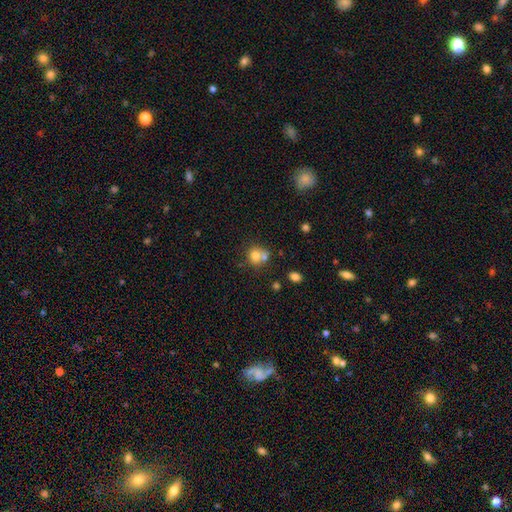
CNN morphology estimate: This appears to be a smooth galaxy with no disk features (75%) that is round (79%). Merging: merger (44%).